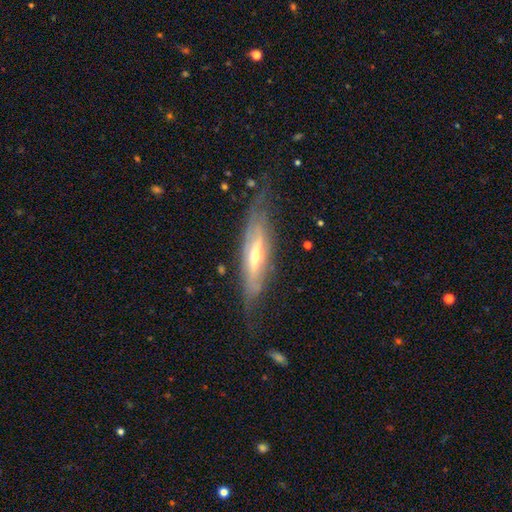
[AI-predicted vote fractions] Smooth or featured: featured or disk — 72% (smooth — 22%)
Edge-on disk: yes — 67% (no — 33%)
Merging: none — 65% (minor disturbance — 23%)